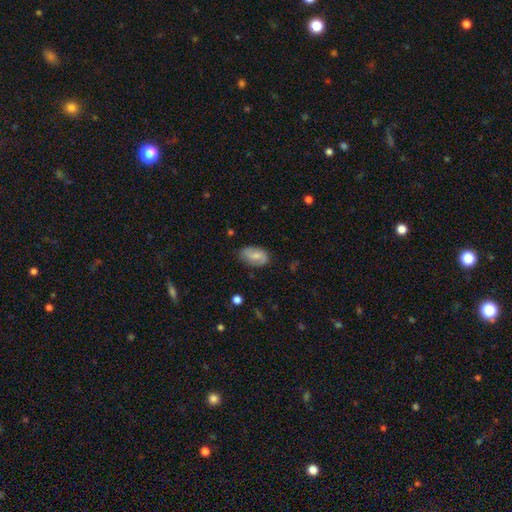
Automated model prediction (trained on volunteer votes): A smooth galaxy with no disk features (60%) that is in between round and cigar-shaped (92%). Merging: none (71%).